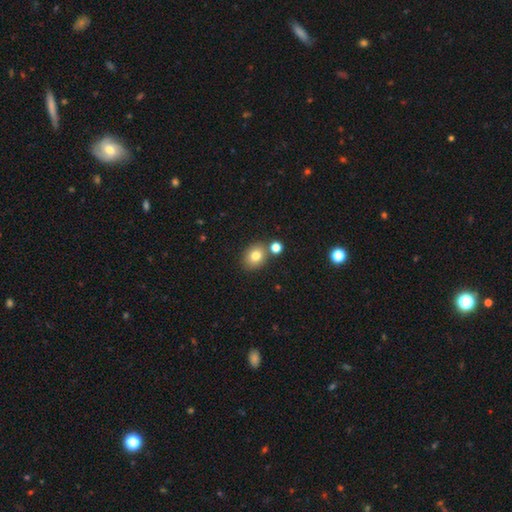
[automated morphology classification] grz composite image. It shows a smooth galaxy with no disk features (79%) that is round (55%). Merging: none (74%).